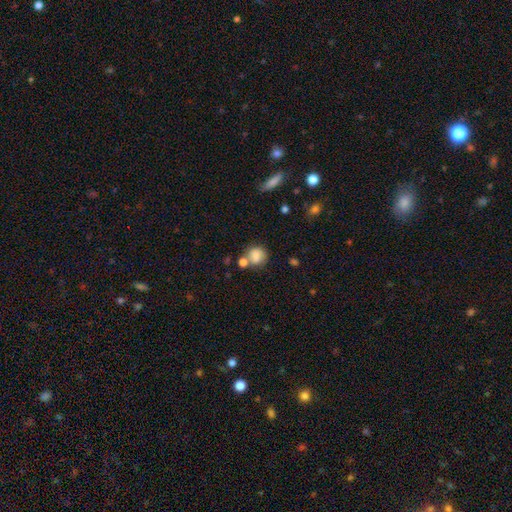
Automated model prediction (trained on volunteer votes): smooth 78%, featured or disk 12%, star or artifact 9%. Down the decision tree: how rounded — round (79%); merging — none (51%).